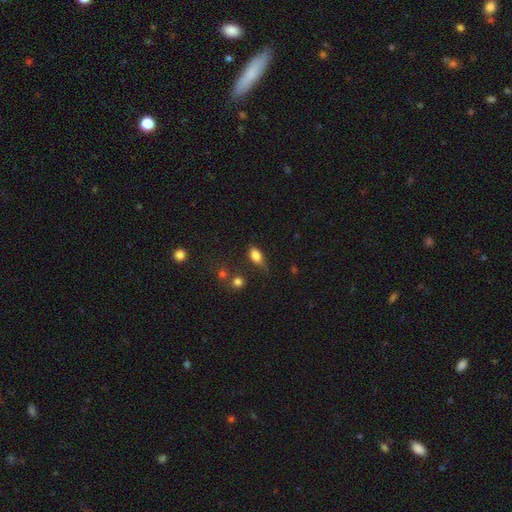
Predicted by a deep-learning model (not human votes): smooth-or-featured: smooth: 79% | featured or disk: 12% | star or artifact: 9%
  how-rounded: in between: 83% | round: 10% | cigar-shaped: 7%
  merging: none: 58% | minor disturbance: 29% | major disturbance: 8% | merger: 5%